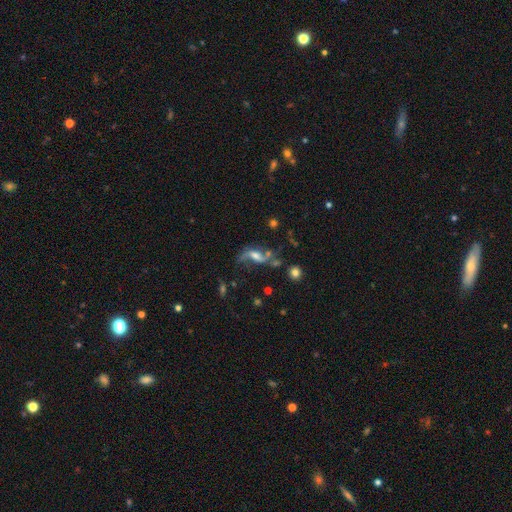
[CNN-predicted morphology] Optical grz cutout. It shows a featured or disk galaxy (75%) with a weak bar (43%), 2 (87%) loose (85%) spiral arms (89%) and a moderate central bulge (49%). Merging: none (45%).